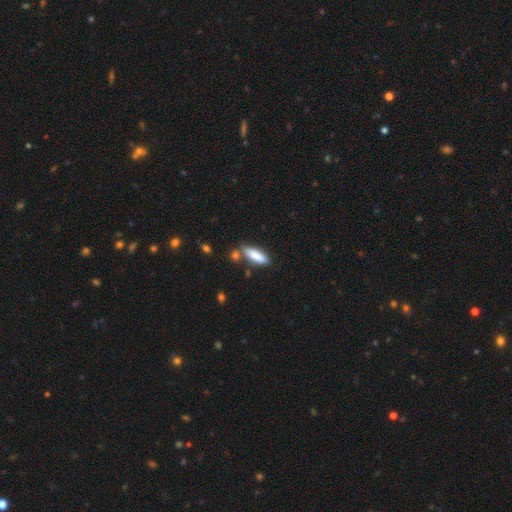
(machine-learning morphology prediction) smooth_or_featured: smooth (p=0.85) [alt: featured or disk p=0.09]
how_rounded: cigar-shaped (p=0.51) [alt: in between p=0.47]
merging: none (p=0.71) [alt: minor disturbance p=0.15]